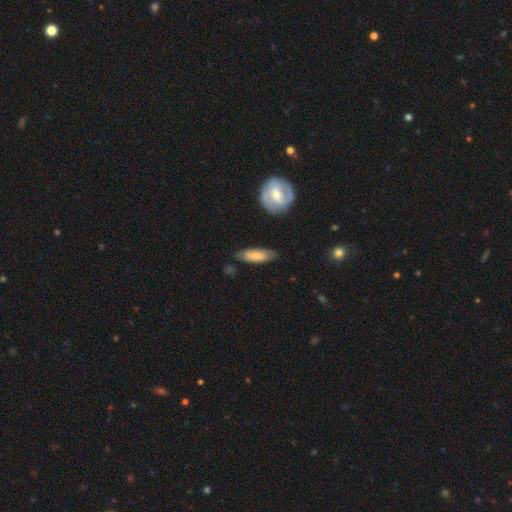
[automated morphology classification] A smooth galaxy with no disk features (62%) that is in between round and cigar-shaped (53%).

Vote fractions:
- Smooth or featured? smooth: 62% / featured or disk: 32% / star or artifact: 6%
- How rounded? in between: 53% / cigar-shaped: 45% / round: 2%
- Merging? none: 77% / minor disturbance: 17% / major disturbance: 3% / merger: 2%